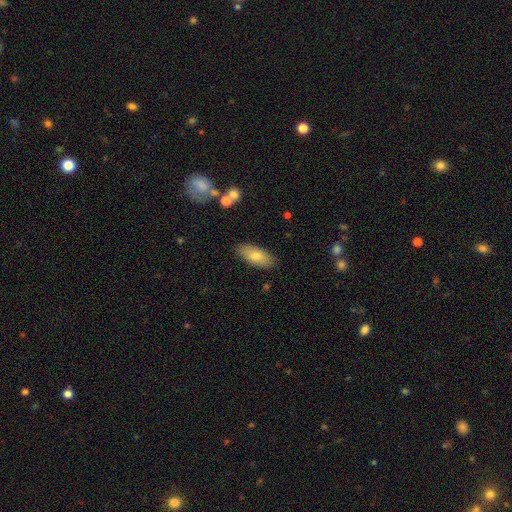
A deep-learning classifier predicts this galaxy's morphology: The model was most divided on "smooth or featured": smooth: 76%, featured or disk: 16%, star or artifact: 7%. More confident: merging — none (86%); how rounded — in between (82%).